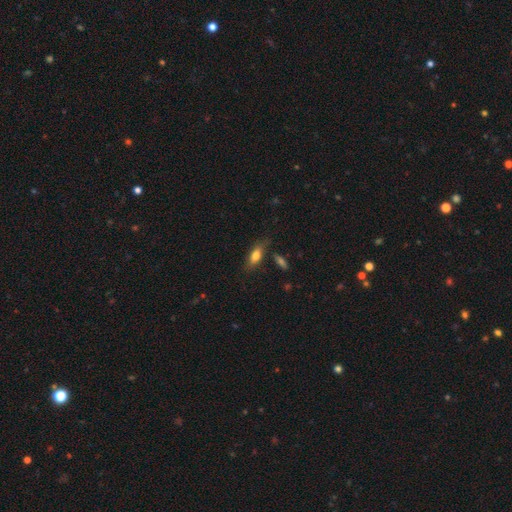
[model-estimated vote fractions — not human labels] Smooth or featured? Predicted: smooth (p=0.75). How rounded? Predicted: in between (p=0.71). Merging? Predicted: none (p=0.73).